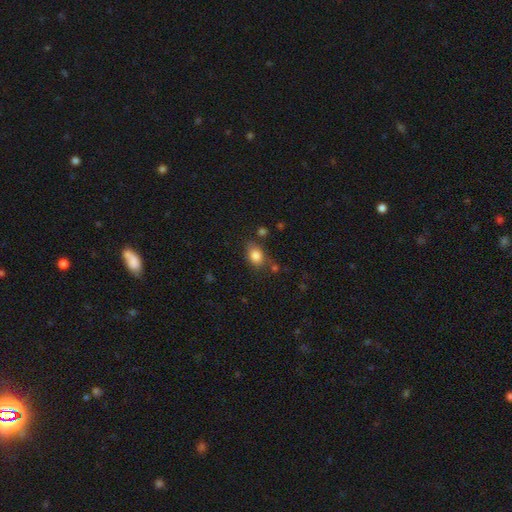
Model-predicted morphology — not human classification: Smooth or featured?
  - smooth: 84% *
  - star or artifact: 9%
  - featured or disk: 7%
How rounded?
  - in between: 75% *
  - round: 24%
  - cigar-shaped: 2%
Merging?
  - none: 71% *
  - minor disturbance: 18%
  - merger: 6%
  - major disturbance: 5%